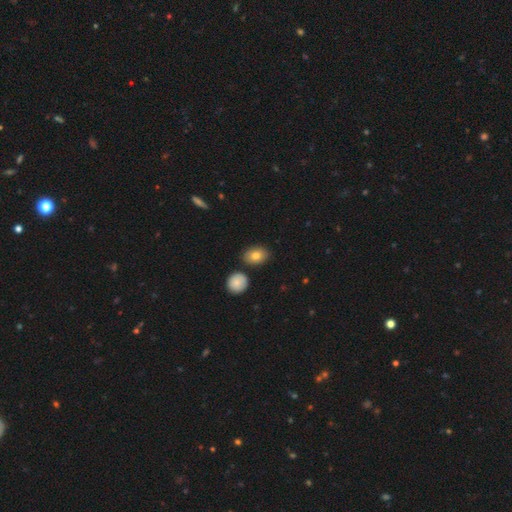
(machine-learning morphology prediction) Smooth or featured? Predicted: smooth (p=0.82). How rounded? Predicted: in between (p=0.74). Merging? Predicted: none (p=0.81).